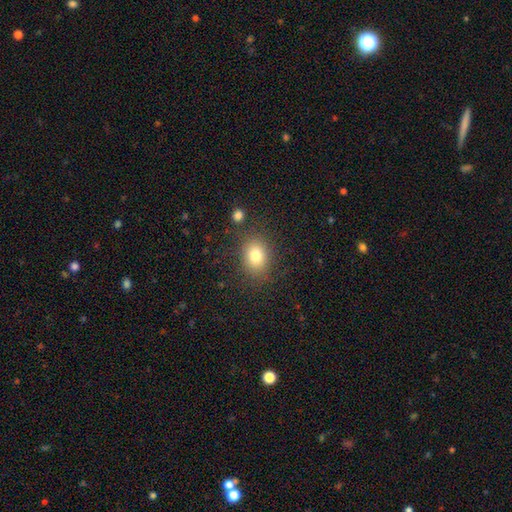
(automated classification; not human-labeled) Overall: smooth (80%). How rounded: in between (56%; round 43%). Merging: none (82%).